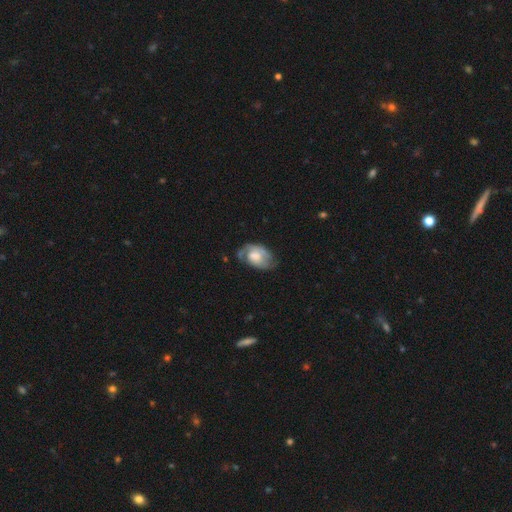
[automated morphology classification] type=featured or disk (61%); edge-on=no (96%); bar=no (67%); spiral arms=yes (77%); bulge=moderate (38%); merging=none (51%).